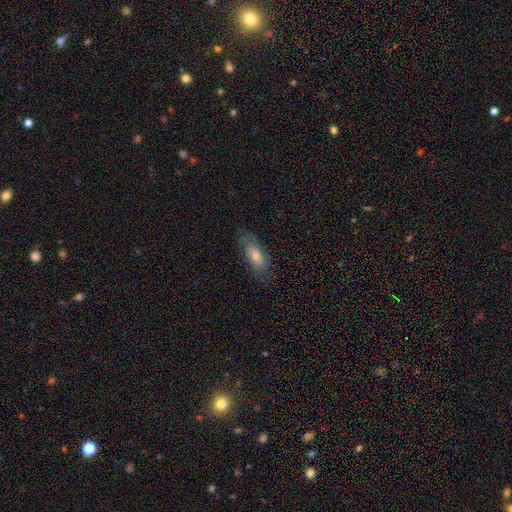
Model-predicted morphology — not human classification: The model was most divided on "smooth or featured": smooth: 48%, featured or disk: 43%, star or artifact: 9%. More confident: merging — none (75%).